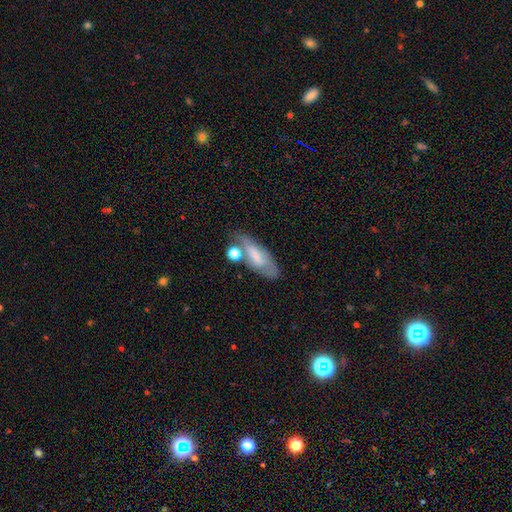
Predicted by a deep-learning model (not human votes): A smooth galaxy with no disk features (60%) that is in between round and cigar-shaped (66%).

Vote fractions:
- Smooth or featured? smooth: 60% / featured or disk: 32% / star or artifact: 8%
- How rounded? in between: 66% / cigar-shaped: 31% / round: 4%
- Merging? none: 48% / minor disturbance: 23% / merger: 19% / major disturbance: 11%